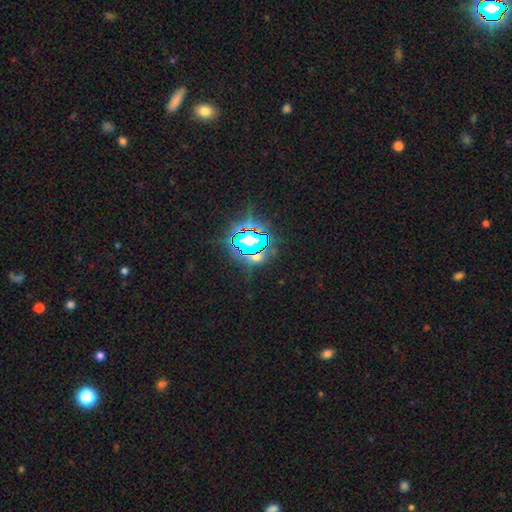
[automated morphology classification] smooth-or-featured: star or artifact: 73% | smooth: 17% | featured or disk: 11%